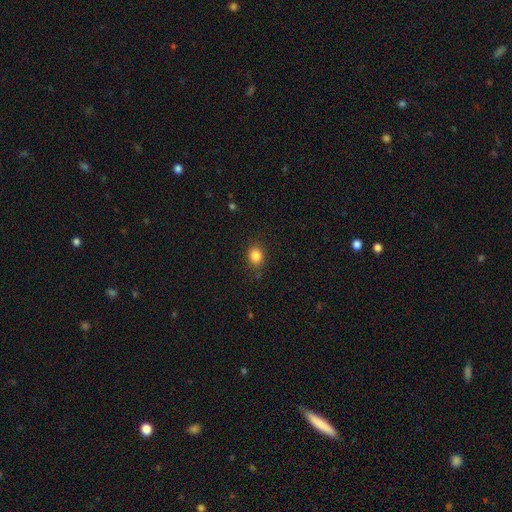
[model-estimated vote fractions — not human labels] Overall: smooth (84%). How rounded: round (65%; in between 34%). Merging: none (84%).